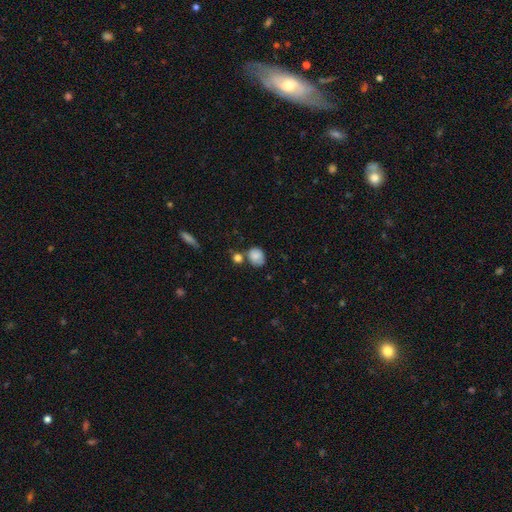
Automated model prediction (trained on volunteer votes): smooth 81%, featured or disk 10%, star or artifact 9%. Down the decision tree: how rounded — round (63%); merging — none (54%).